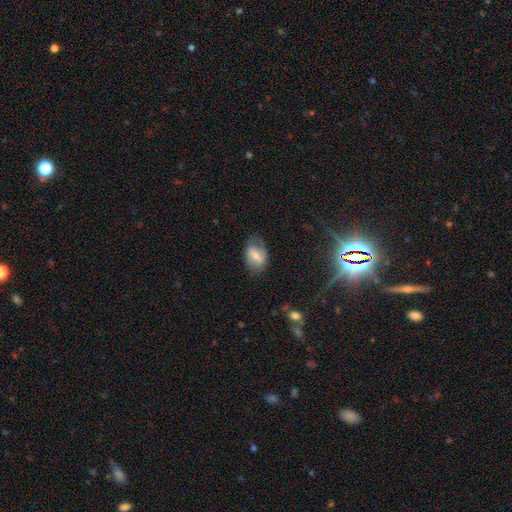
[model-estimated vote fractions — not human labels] This is possibly a smooth galaxy (51%). How rounded: clearly in between (82%). Merging: likely none (70%).